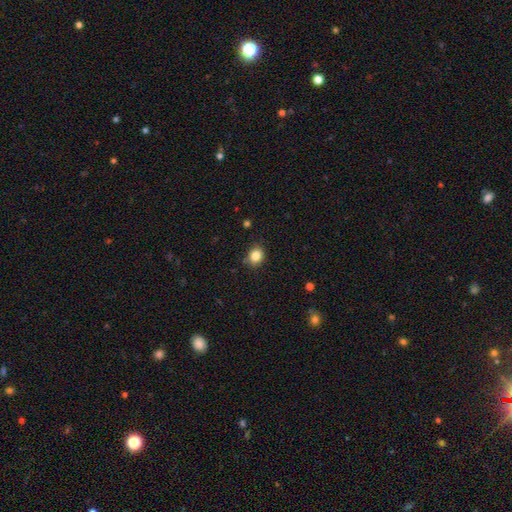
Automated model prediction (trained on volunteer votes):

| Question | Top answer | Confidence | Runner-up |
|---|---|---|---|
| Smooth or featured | smooth | 84% | star or artifact (11%) |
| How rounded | round | 66% | in between (33%) |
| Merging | none | 85% | minor disturbance (12%) |